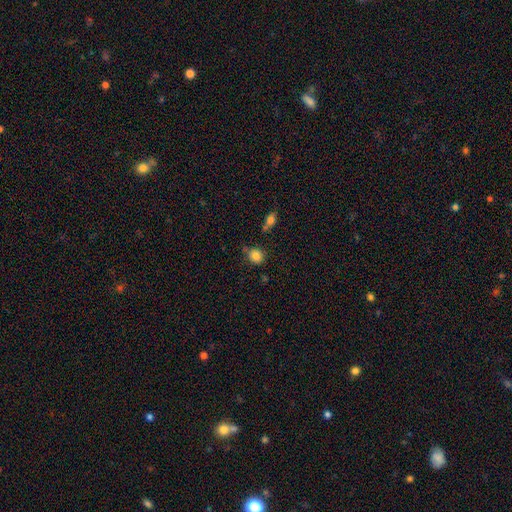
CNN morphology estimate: The model was most divided on "merging": none: 71%, minor disturbance: 18%, merger: 7%, major disturbance: 4%. More confident: smooth or featured — smooth (84%); how rounded — round (81%).